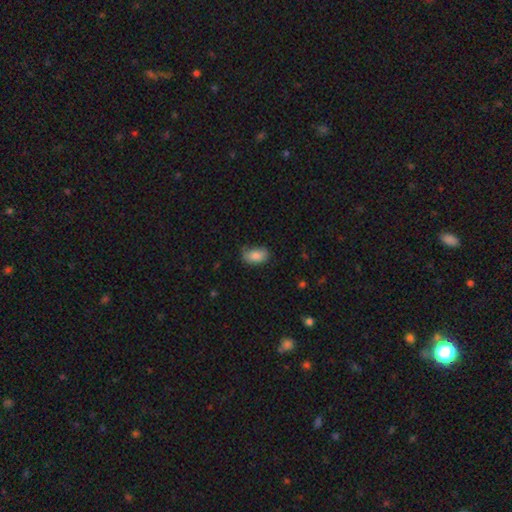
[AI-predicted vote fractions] This is clearly a smooth galaxy (85%). How rounded: clearly in between (91%). Merging: likely none (67%).